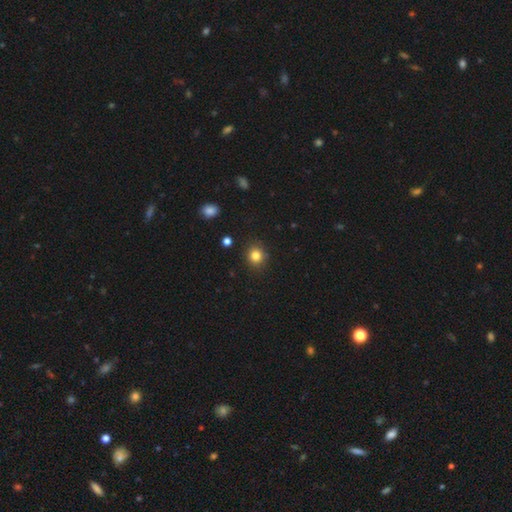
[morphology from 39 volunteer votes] Smooth or featured: smooth — 87% (featured or disk — 10%)
How rounded: round — 91% (in between — 9%)
Merging: none — 89% (minor disturbance — 8%)